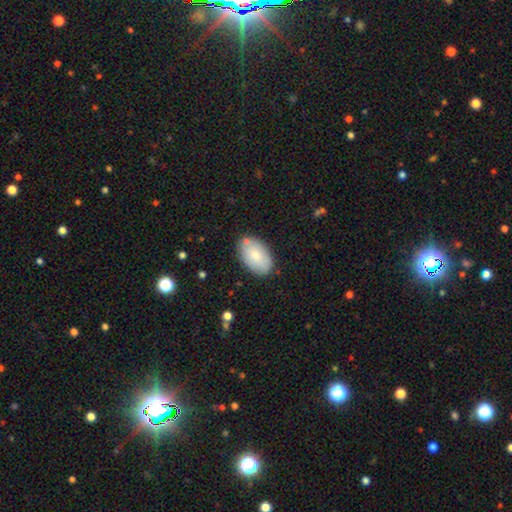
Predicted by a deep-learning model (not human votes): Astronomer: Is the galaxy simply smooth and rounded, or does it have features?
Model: smooth — 75%.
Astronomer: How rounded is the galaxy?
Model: in between — 93%.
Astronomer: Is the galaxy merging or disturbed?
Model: none — 80%.